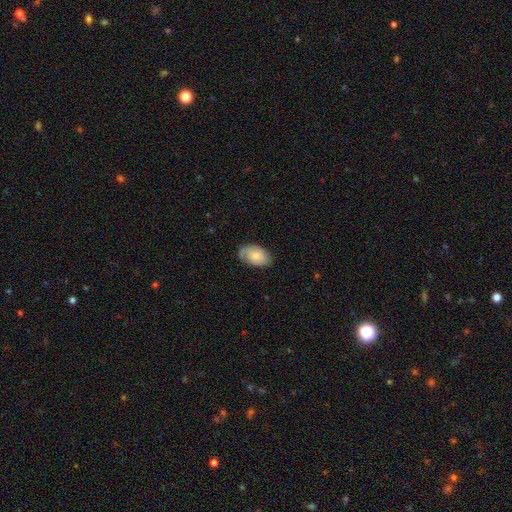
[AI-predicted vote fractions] Morphology: type=smooth (66%); roundness=in between (92%); merging=none (71%).